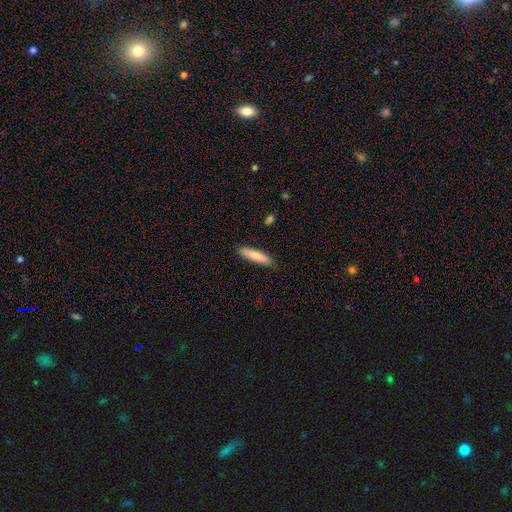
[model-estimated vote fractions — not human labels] Smooth or featured? smooth (82%)
How rounded? cigar-shaped (77%)
Merging? none (87%)